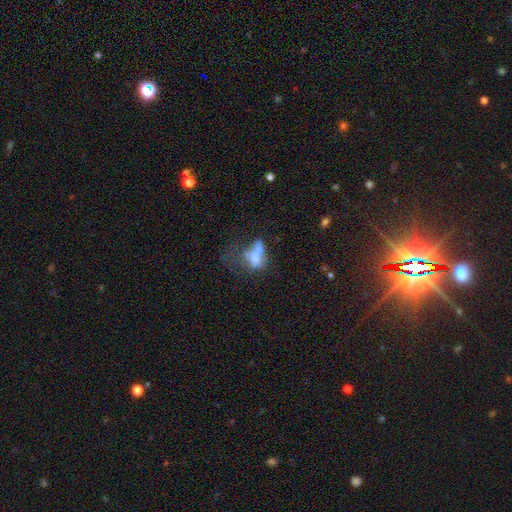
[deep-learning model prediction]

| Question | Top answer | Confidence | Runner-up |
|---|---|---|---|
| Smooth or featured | smooth | 50% | featured or disk (37%) |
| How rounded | in between | 76% | round (19%) |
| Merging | merger | 44% | major disturbance (30%) |